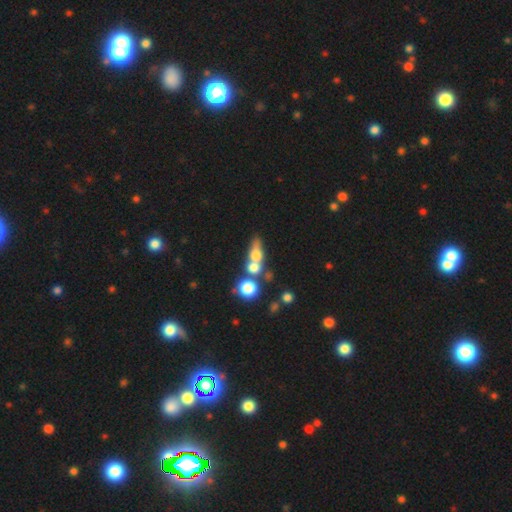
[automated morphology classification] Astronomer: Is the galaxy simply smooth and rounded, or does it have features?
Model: smooth — 61%.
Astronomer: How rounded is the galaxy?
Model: in between — 44% (runner-up: round, 43%).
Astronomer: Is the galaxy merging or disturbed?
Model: merger — 56%.